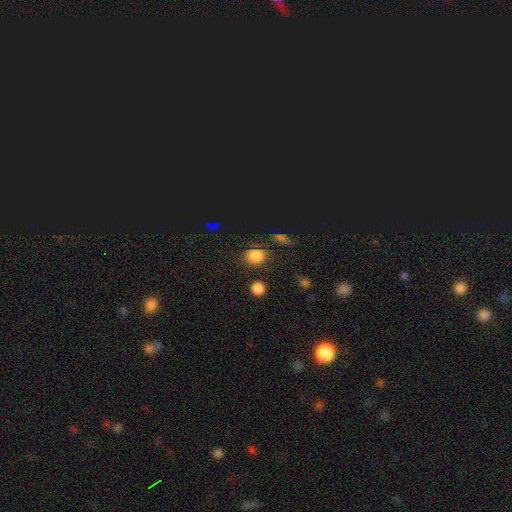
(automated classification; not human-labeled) Overall: smooth (66%; star or artifact 29%). How rounded: round (73%). Merging: none (82%).